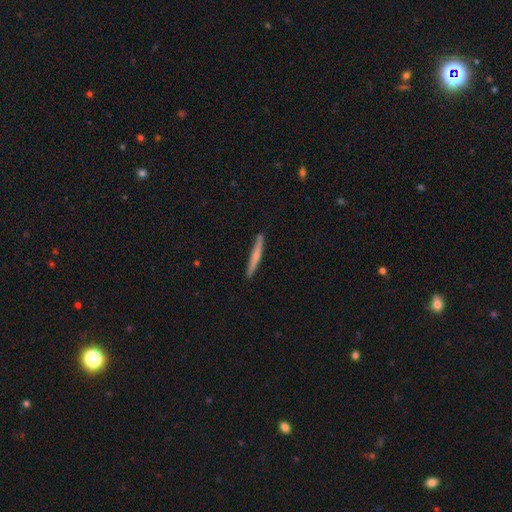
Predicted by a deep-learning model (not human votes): This appears to be a smooth galaxy with no disk features (58%) that is cigar-shaped (96%). Merging: none (89%).